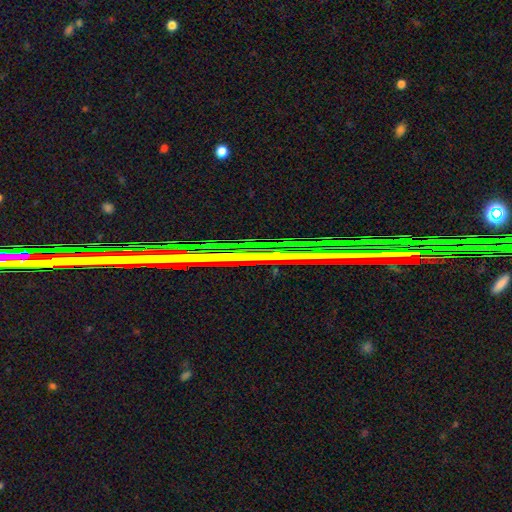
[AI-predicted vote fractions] A star or artifact, not a galaxy (68%).